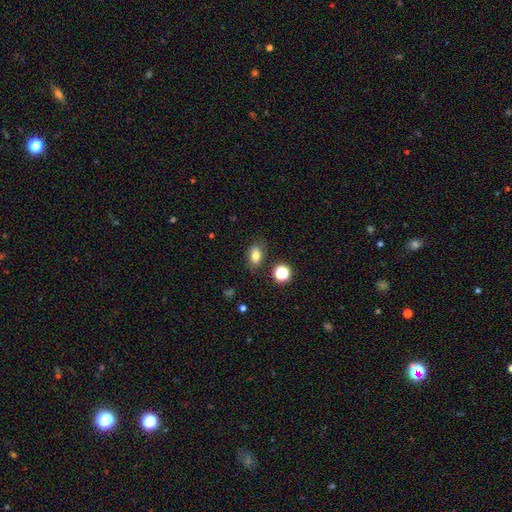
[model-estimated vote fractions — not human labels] Overall: smooth (76%). How rounded: in between (80%). Merging: none (79%).